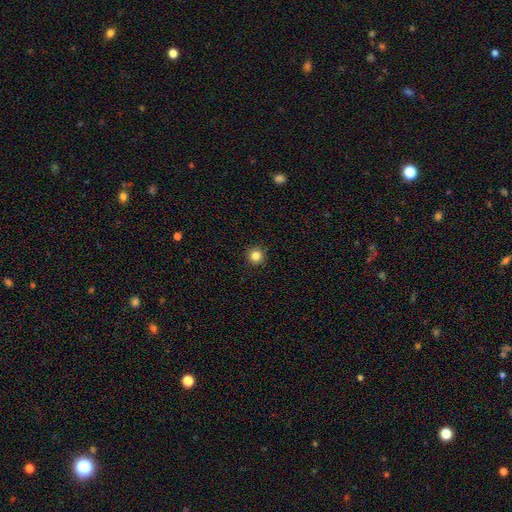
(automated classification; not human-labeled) Smooth or featured? Predicted: smooth (p=0.84). How rounded? Predicted: round (p=0.95). Merging? Predicted: none (p=0.93).